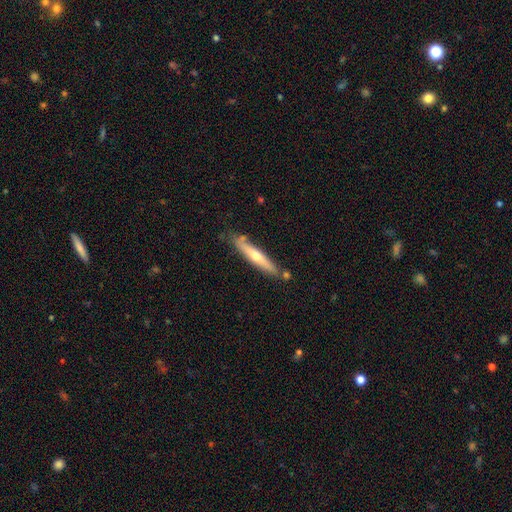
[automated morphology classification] Smooth or featured? Predicted: featured or disk (p=0.53). Edge-on disk? Predicted: yes (p=0.89). Merging? Predicted: none (p=0.77).